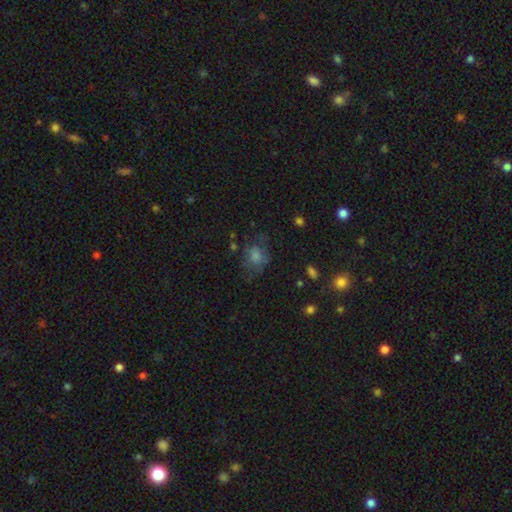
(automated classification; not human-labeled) This is likely a smooth galaxy (68%). How rounded: possibly round (59%). Merging: possibly none (50%).